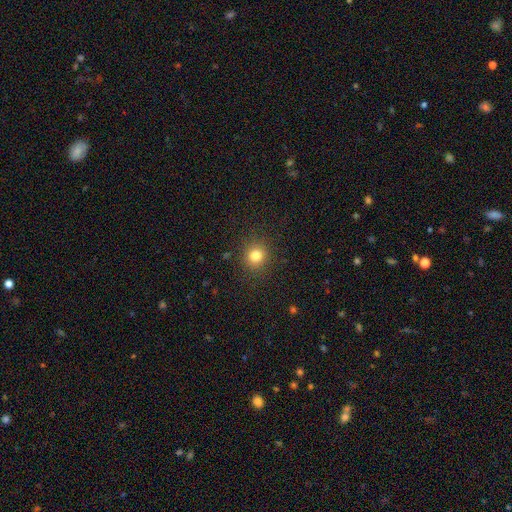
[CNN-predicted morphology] A smooth galaxy with no disk features (81%) that is round (88%).

Vote fractions:
- Smooth or featured? smooth: 81% / star or artifact: 13% / featured or disk: 6%
- How rounded? round: 88% / in between: 11% / cigar-shaped: 1%
- Merging? none: 89% / minor disturbance: 7% / major disturbance: 3% / merger: 1%